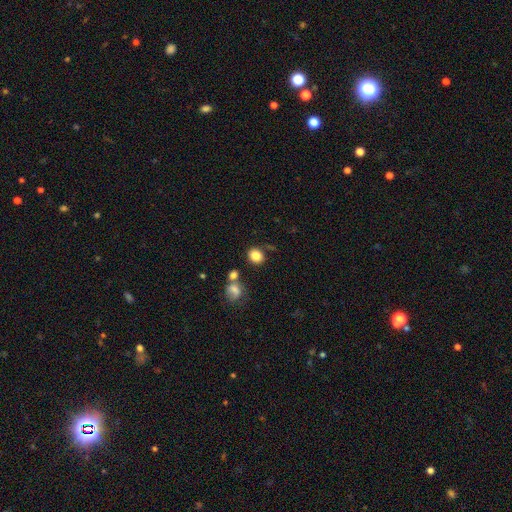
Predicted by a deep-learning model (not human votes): Smooth or featured? Predicted: smooth (p=0.84). How rounded? Predicted: round (p=0.67). Merging? Predicted: none (p=0.72).